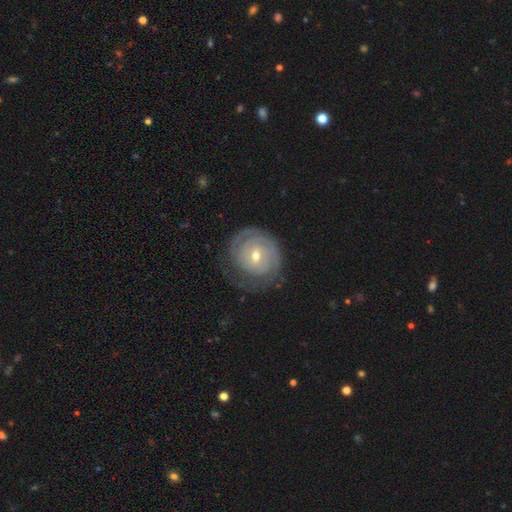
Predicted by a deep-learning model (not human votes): A featured or disk galaxy (84%) with no bar (52%), 2 (45%) tight (82%) spiral arms (94%) and a moderate central bulge (53%). Merging: none (74%).